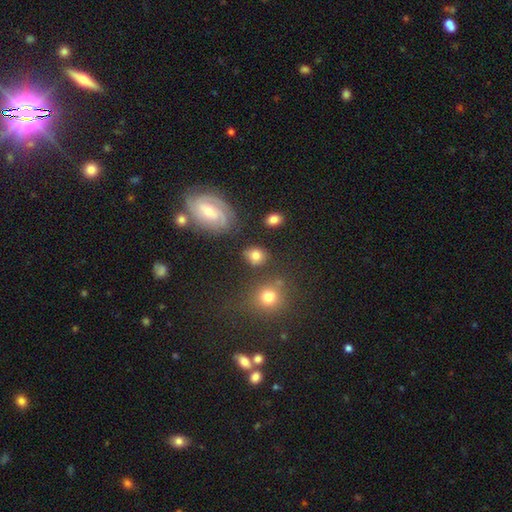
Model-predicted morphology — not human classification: smooth_or_featured: smooth (p=0.75) [alt: featured or disk p=0.13]
how_rounded: round (p=0.63) [alt: in between p=0.36]
merging: none (p=0.75) [alt: minor disturbance p=0.13]